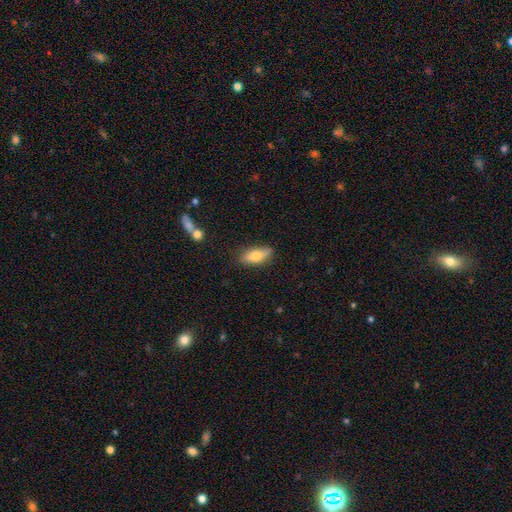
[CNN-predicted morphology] A smooth galaxy with no disk features (68%) that is in between round and cigar-shaped (70%). Merging: none (79%).